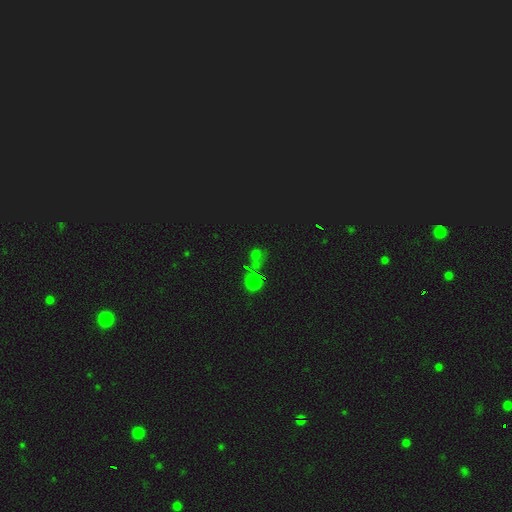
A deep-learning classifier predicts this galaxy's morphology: type=star or artifact (51%).